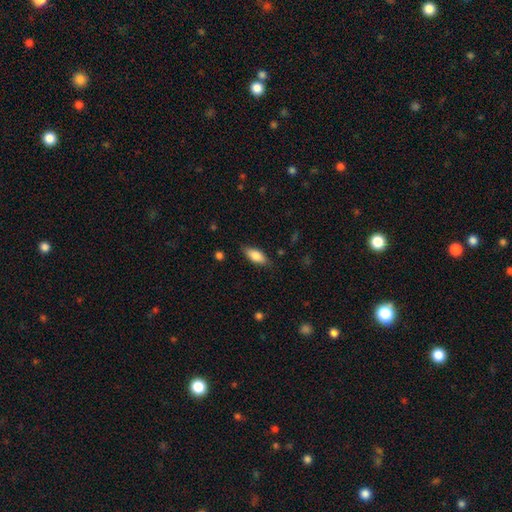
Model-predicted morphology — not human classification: Overall: smooth (81%). How rounded: in between (79%). Merging: none (82%).